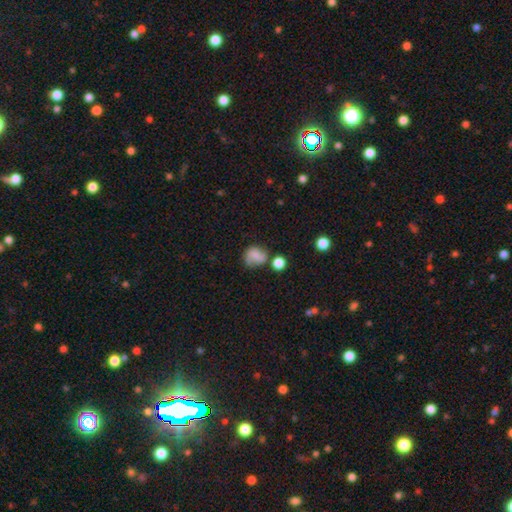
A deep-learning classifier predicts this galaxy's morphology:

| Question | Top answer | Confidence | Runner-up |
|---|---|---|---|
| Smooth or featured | smooth | 58% | featured or disk (31%) |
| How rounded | round | 69% | in between (30%) |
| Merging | none | 50% | minor disturbance (26%) |